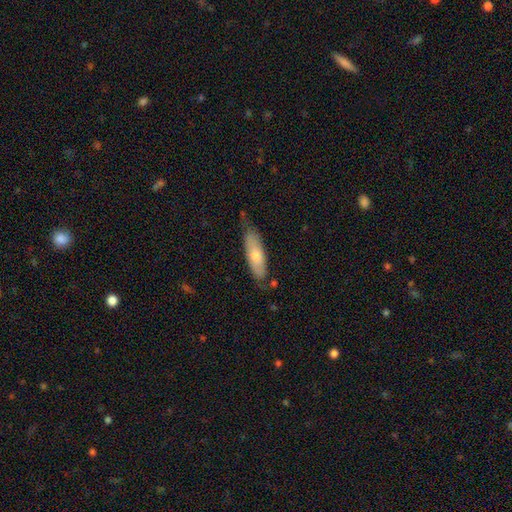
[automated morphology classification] This appears to be a smooth galaxy with no disk features (71%) that is cigar-shaped (49%, tied with in between). Merging: none (63%).